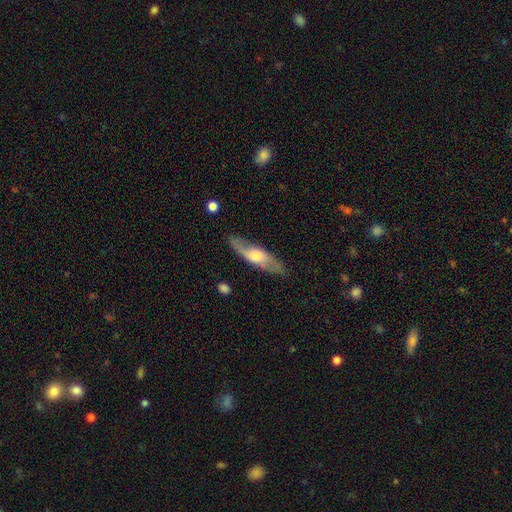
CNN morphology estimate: This is possibly a featured or disk galaxy (60%). It is possibly viewed edge-on (50%, tied with no). Merging: clearly none (81%).